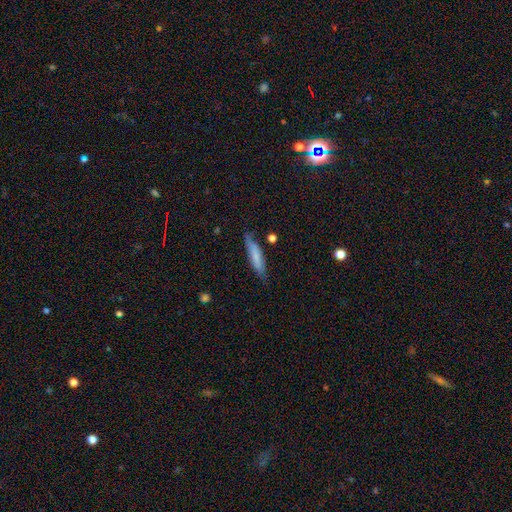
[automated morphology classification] type=smooth (73%); roundness=cigar-shaped (80%); merging=none (74%).